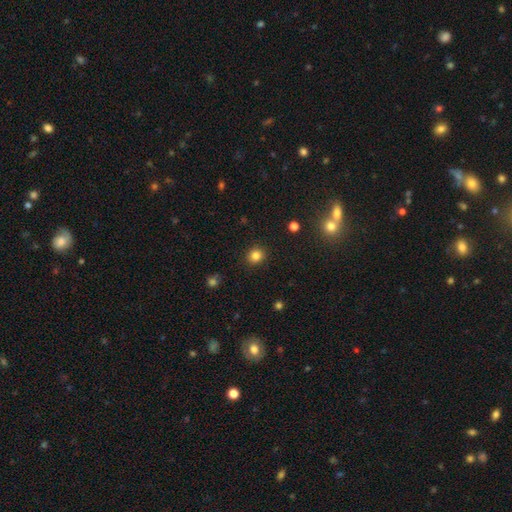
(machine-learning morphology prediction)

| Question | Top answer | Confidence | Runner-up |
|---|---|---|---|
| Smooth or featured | smooth | 83% | star or artifact (12%) |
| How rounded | round | 88% | in between (11%) |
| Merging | none | 91% | minor disturbance (6%) |